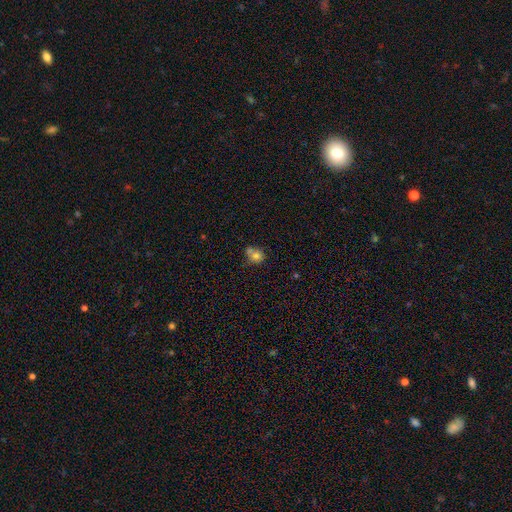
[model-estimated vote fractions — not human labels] Morphology: type=smooth (75%); roundness=round (73%); merging=none (42%).